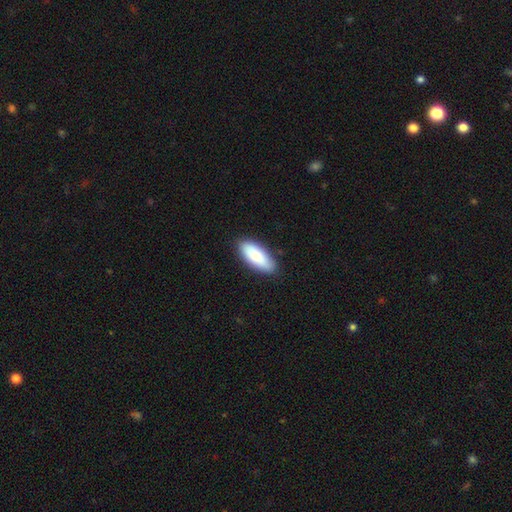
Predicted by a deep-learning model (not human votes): Smooth or featured?
  - smooth: 79% *
  - featured or disk: 15%
  - star or artifact: 6%
How rounded?
  - in between: 82% *
  - cigar-shaped: 16%
  - round: 2%
Merging?
  - none: 85% *
  - minor disturbance: 11%
  - major disturbance: 2%
  - merger: 1%